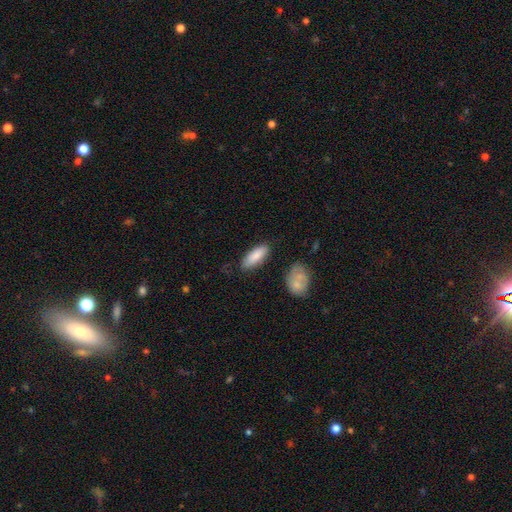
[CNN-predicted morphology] Smooth or featured: smooth — 84% (featured or disk — 10%)
How rounded: in between — 69% (cigar-shaped — 29%)
Merging: none — 79% (minor disturbance — 14%)